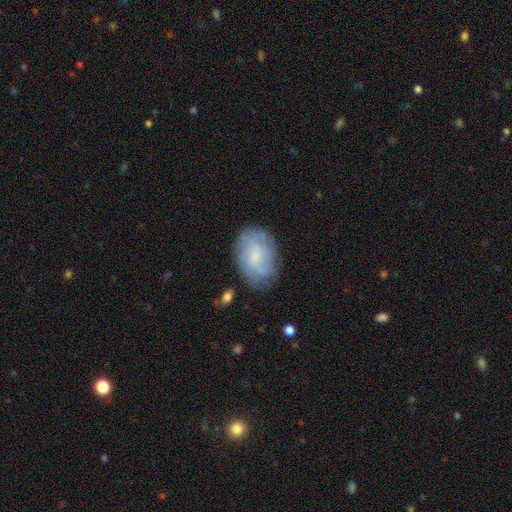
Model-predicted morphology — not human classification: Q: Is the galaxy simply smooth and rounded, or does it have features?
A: smooth — 49%.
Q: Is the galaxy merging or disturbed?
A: none — 76%.